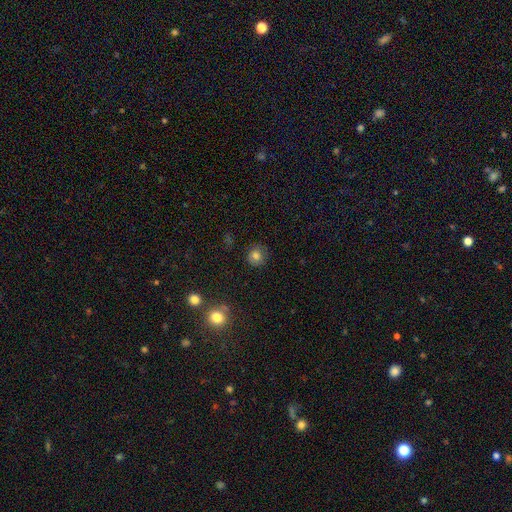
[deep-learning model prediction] Morphology: type=smooth (79%); roundness=round (90%); merging=none (85%).